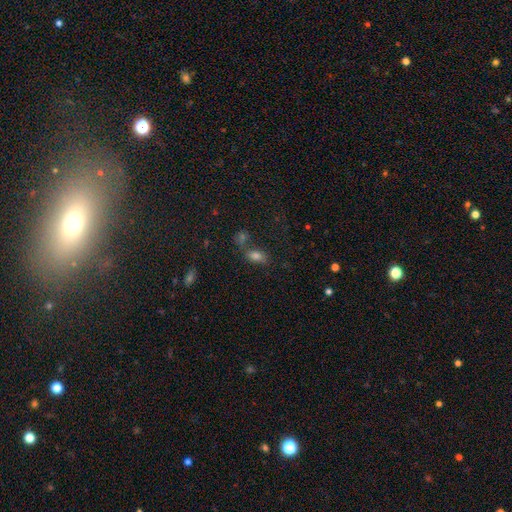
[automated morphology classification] smooth_or_featured: smooth (p=0.73) [alt: star or artifact p=0.17]
how_rounded: in between (p=0.85) [alt: round p=0.10]
merging: none (p=0.54) [alt: merger p=0.29]